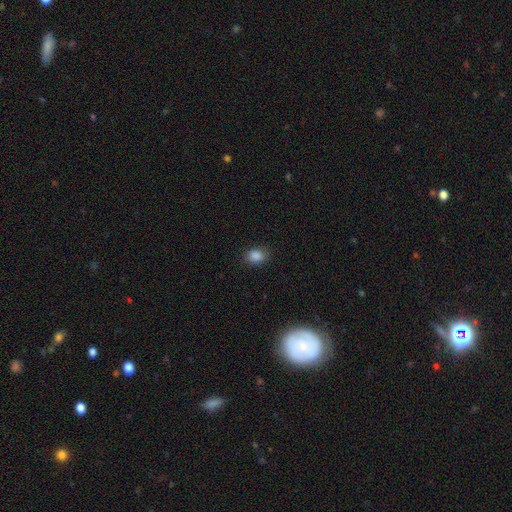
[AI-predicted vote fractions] smooth 86%, star or artifact 10%, featured or disk 3%. Down the decision tree: how rounded — in between (67%); merging — none (85%).